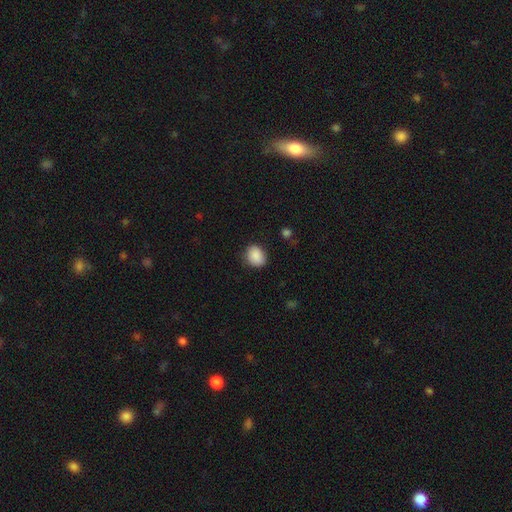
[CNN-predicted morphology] The model was most divided on "how rounded": round: 56%, in between: 43%, cigar-shaped: 1%. More confident: smooth or featured — smooth (88%); merging — none (80%).